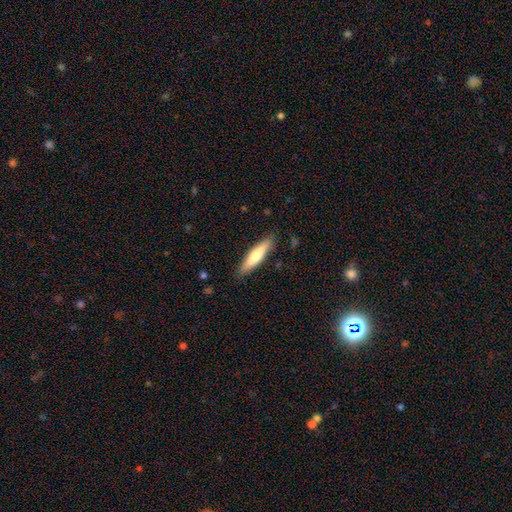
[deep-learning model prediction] This appears to be a smooth galaxy with no disk features (63%) that is cigar-shaped (77%). Merging: none (87%).